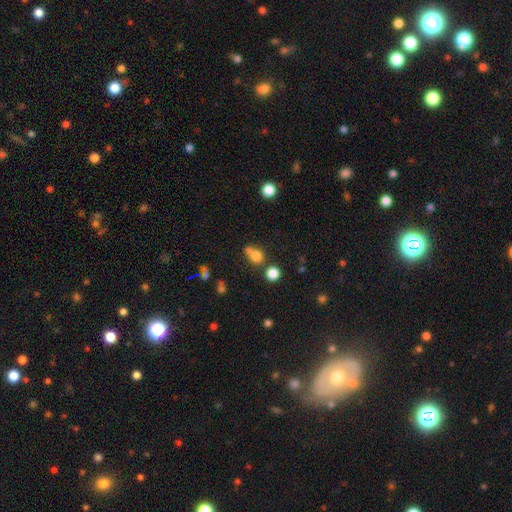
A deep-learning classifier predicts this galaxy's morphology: Overall: smooth (77%). How rounded: round (81%). Merging: none (50%; merger 36%).